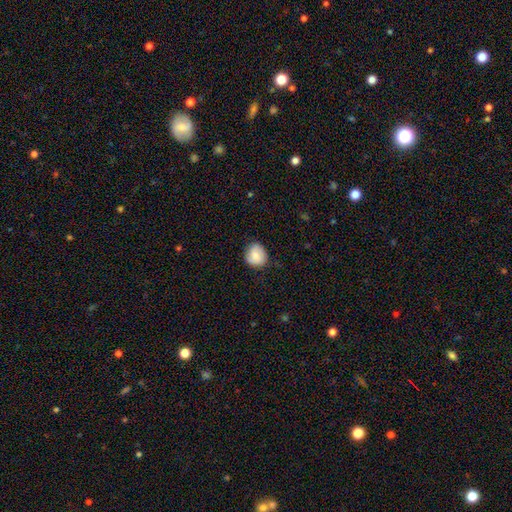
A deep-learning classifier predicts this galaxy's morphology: This appears to be a smooth galaxy with no disk features (83%) that is round (79%). Merging: none (75%).